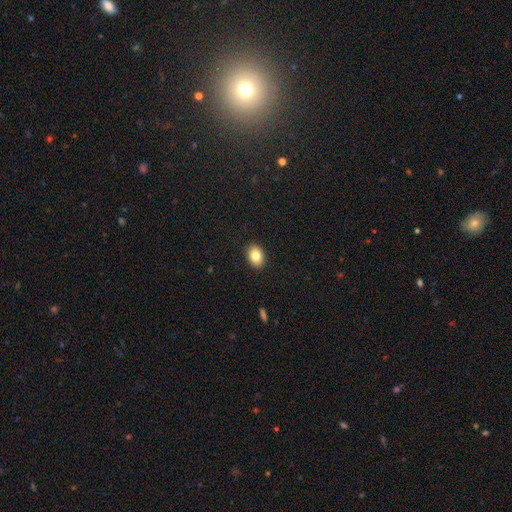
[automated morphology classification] smooth_or_featured: smooth (p=0.83) [alt: star or artifact p=0.09]
how_rounded: in between (p=0.75) [alt: round p=0.24]
merging: none (p=0.90) [alt: minor disturbance p=0.07]